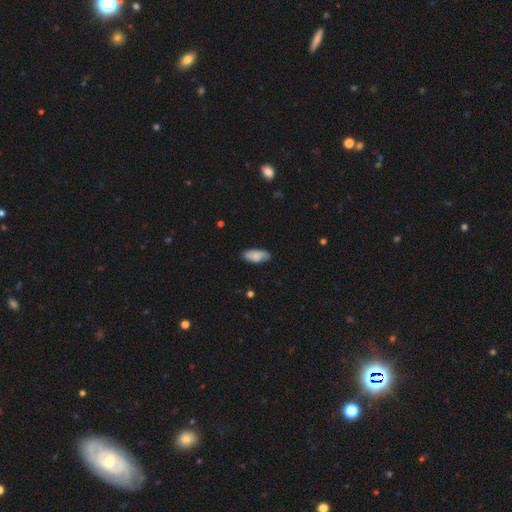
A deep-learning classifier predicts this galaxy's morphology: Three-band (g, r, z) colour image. It shows a smooth galaxy with no disk features (81%) that is in between round and cigar-shaped (85%). Merging: none (80%).